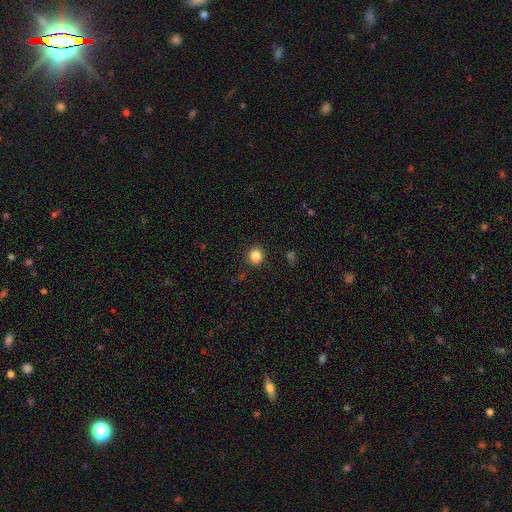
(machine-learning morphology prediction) This is clearly a smooth galaxy (85%). How rounded: clearly round (85%). Merging: clearly none (90%).